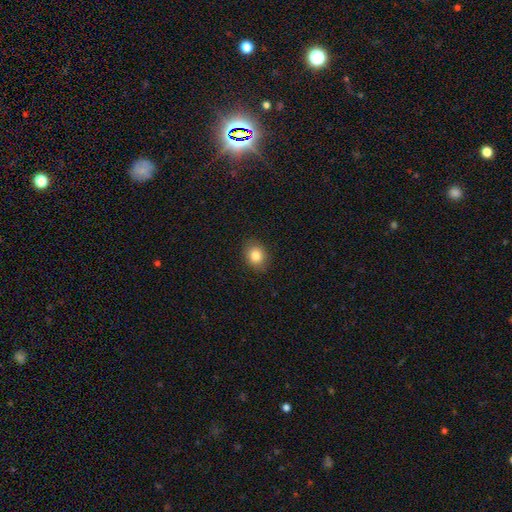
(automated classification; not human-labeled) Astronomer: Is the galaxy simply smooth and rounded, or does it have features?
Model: smooth — 84%.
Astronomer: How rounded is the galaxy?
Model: round — 50% (runner-up: in between, 49%).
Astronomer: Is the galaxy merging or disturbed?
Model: none — 88%.